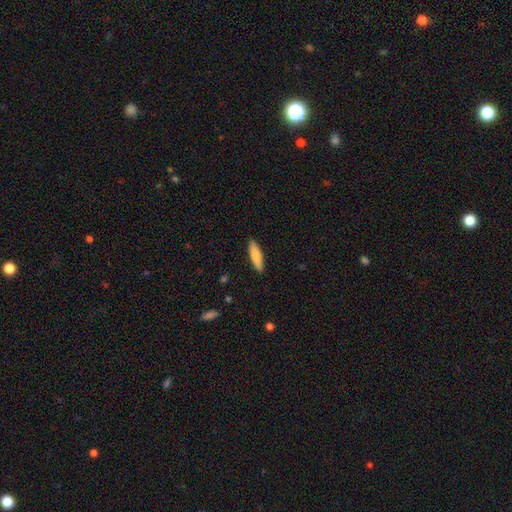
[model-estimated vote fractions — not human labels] Smooth or featured?
  - smooth: 77% *
  - featured or disk: 17%
  - star or artifact: 5%
How rounded?
  - cigar-shaped: 68% *
  - in between: 30%
  - round: 2%
Merging?
  - none: 90% *
  - minor disturbance: 8%
  - major disturbance: 2%
  - merger: 1%